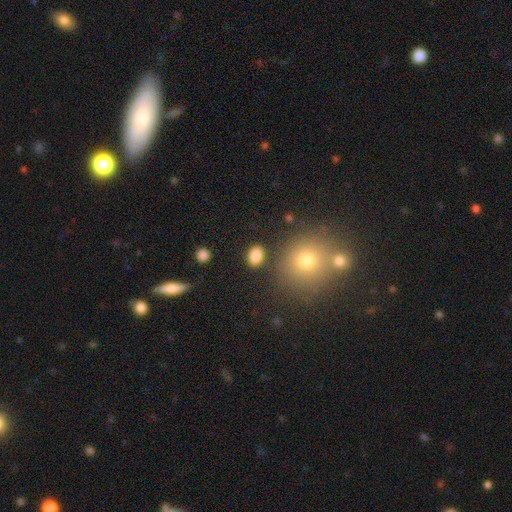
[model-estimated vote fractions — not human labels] The model was most divided on "how rounded": in between: 70%, round: 28%, cigar-shaped: 1%. More confident: smooth or featured — smooth (85%); merging — none (82%).